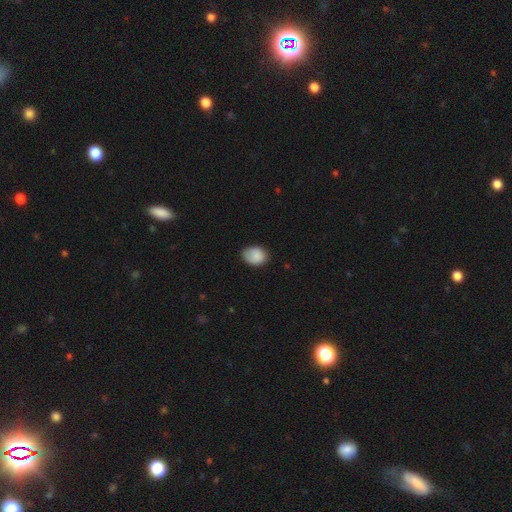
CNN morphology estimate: This appears to be a smooth galaxy with no disk features (85%) that is in between round and cigar-shaped (59%). Merging: none (64%).